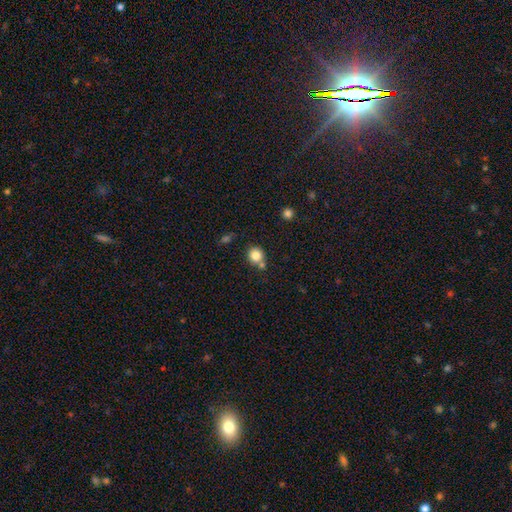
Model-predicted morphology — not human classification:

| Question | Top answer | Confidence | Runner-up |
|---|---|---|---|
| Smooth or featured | smooth | 83% | star or artifact (11%) |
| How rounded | round | 84% | in between (15%) |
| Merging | none | 64% | merger (23%) |